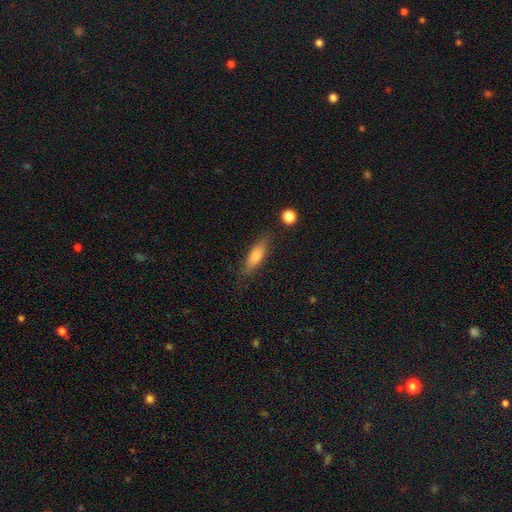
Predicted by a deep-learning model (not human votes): Q: Smooth or featured?
A: smooth (69%); runner-up: featured or disk (23%)
Q: How rounded?
A: cigar-shaped (51%); runner-up: in between (46%)
Q: Merging?
A: none (79%); runner-up: minor disturbance (15%)